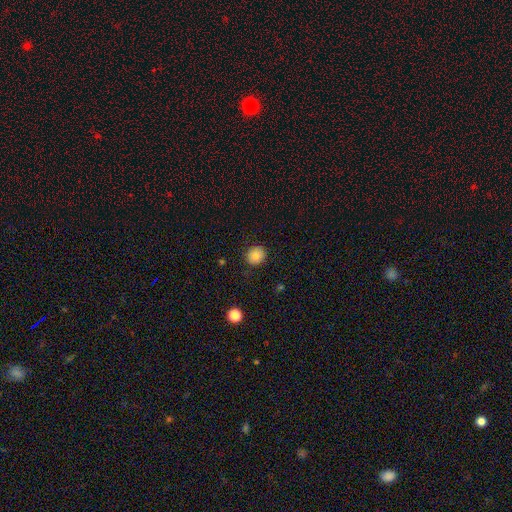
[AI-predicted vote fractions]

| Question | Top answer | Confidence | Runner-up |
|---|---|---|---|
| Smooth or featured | smooth | 83% | star or artifact (10%) |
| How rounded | round | 84% | in between (15%) |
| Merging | none | 87% | minor disturbance (9%) |